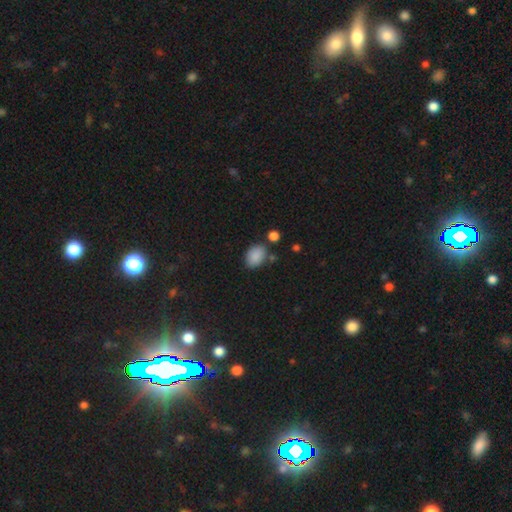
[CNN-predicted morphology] Smooth or featured? Predicted: smooth (p=0.87). How rounded? Predicted: in between (p=0.80). Merging? Predicted: none (p=0.72).